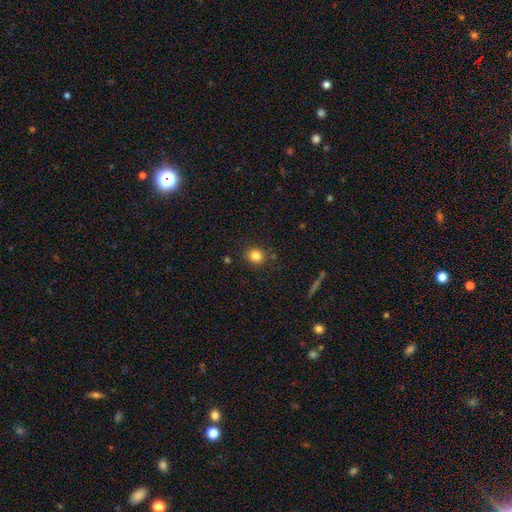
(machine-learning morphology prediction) smooth_or_featured: smooth (p=0.82) [alt: star or artifact p=0.12]
how_rounded: round (p=0.83) [alt: in between p=0.16]
merging: none (p=0.86) [alt: minor disturbance p=0.09]